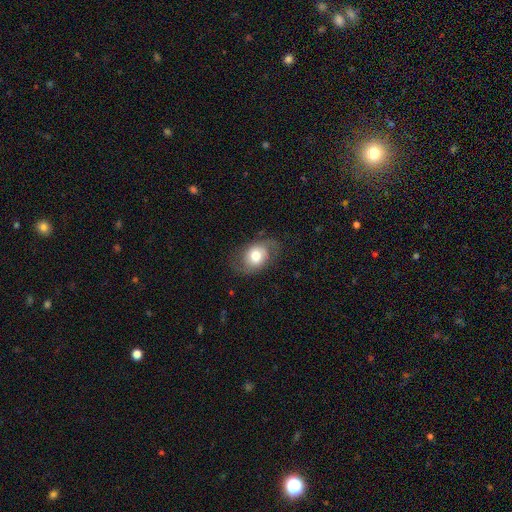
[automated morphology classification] smooth_or_featured: smooth (p=0.51) [alt: featured or disk p=0.40]
how_rounded: in between (p=0.64) [alt: round p=0.35]
merging: none (p=0.67) [alt: minor disturbance p=0.21]